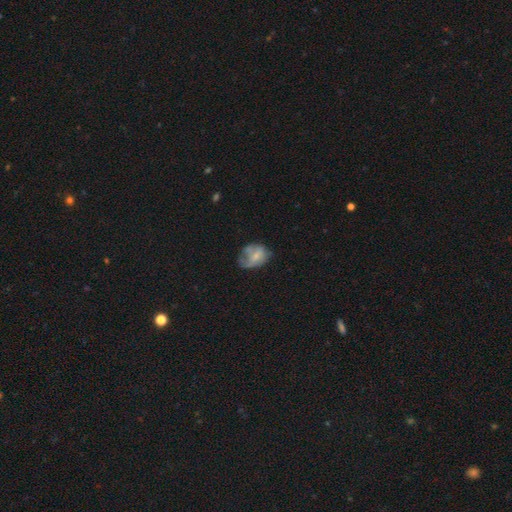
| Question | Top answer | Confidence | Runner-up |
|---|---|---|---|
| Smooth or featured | featured or disk | 50% | smooth (42%) |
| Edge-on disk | no | 95% | yes (5%) |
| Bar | no | 56% | weak (33%) |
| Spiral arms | no | 67% | yes (33%) |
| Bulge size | small | 44% | moderate (28%) |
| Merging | none | 46% | major disturbance (29%) |